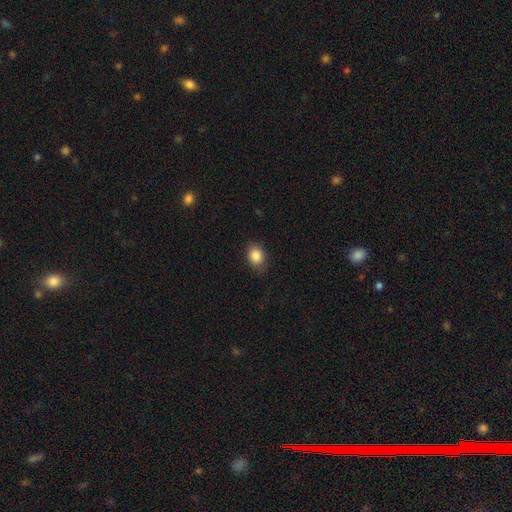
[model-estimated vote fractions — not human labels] smooth_or_featured: smooth (p=0.86) [alt: star or artifact p=0.09]
how_rounded: in between (p=0.56) [alt: round p=0.43]
merging: none (p=0.80) [alt: minor disturbance p=0.16]